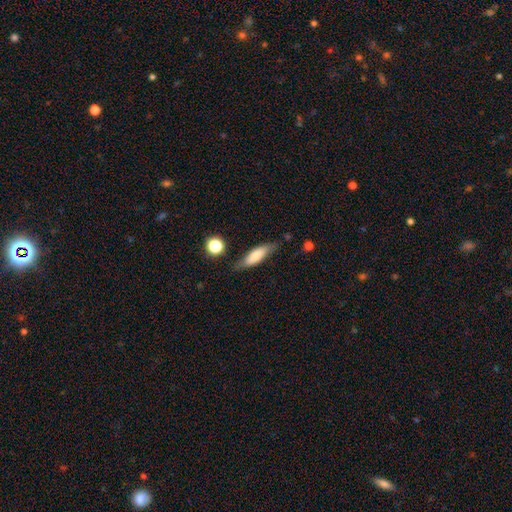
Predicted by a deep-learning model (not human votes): A smooth galaxy with no disk features (65%) that is cigar-shaped (53%).

Vote fractions:
- Smooth or featured? smooth: 65% / featured or disk: 27% / star or artifact: 7%
- How rounded? cigar-shaped: 53% / in between: 45% / round: 3%
- Merging? none: 73% / minor disturbance: 19% / major disturbance: 5% / merger: 3%